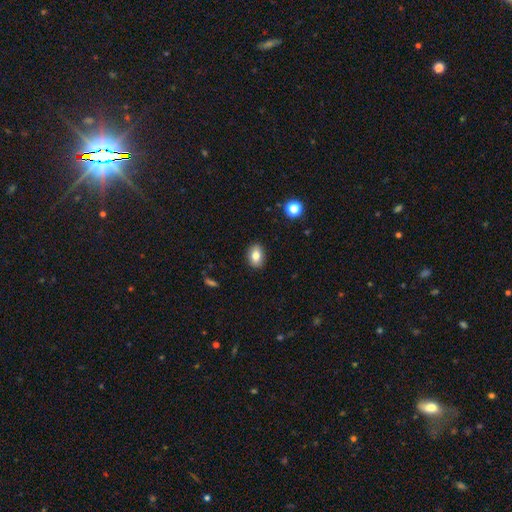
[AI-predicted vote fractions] Smooth or featured? Predicted: smooth (p=0.79). How rounded? Predicted: in between (p=0.78). Merging? Predicted: none (p=0.88).